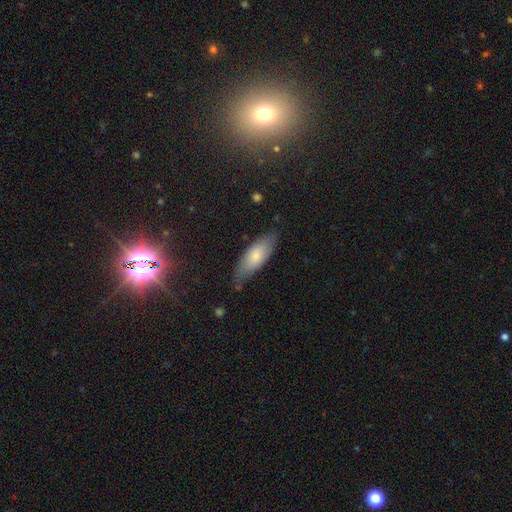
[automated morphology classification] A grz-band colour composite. It shows a smooth galaxy with no disk features (77%) that is in between round and cigar-shaped (71%). Merging: none (68%).